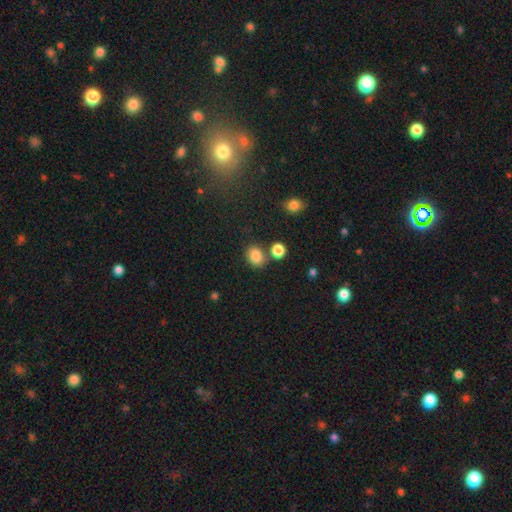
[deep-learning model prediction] This is clearly a smooth galaxy (83%). How rounded: possibly round (50%). Merging: likely none (67%).